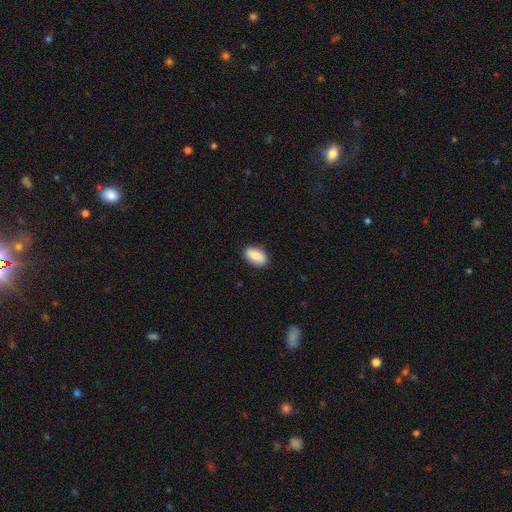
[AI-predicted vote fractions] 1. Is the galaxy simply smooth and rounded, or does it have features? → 76% smooth, 17% featured or disk, 7% star or artifact.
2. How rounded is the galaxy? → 90% in between, 6% round, 3% cigar-shaped.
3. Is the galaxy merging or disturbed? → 86% none, 11% minor disturbance, 2% major disturbance, 1% merger.